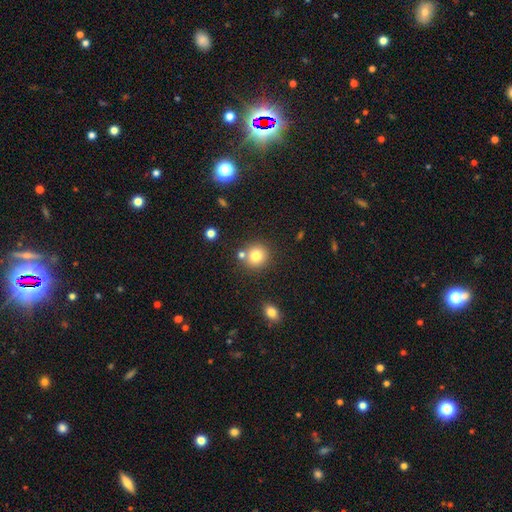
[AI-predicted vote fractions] A smooth galaxy with no disk features (79%) that is round (89%). Merging: none (71%).